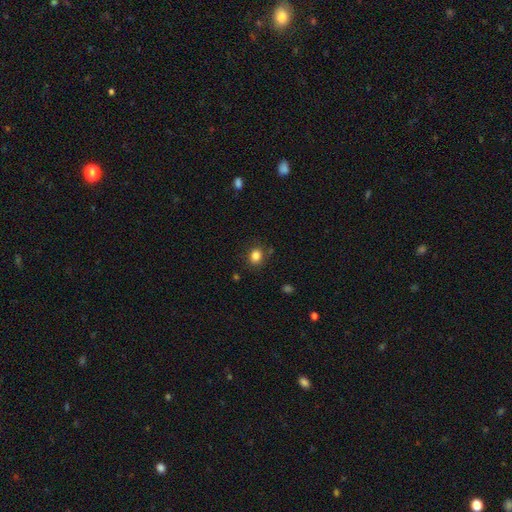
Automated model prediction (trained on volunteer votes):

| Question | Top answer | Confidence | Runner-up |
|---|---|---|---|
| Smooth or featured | smooth | 84% | star or artifact (11%) |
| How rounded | round | 59% | in between (40%) |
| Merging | none | 83% | minor disturbance (12%) |